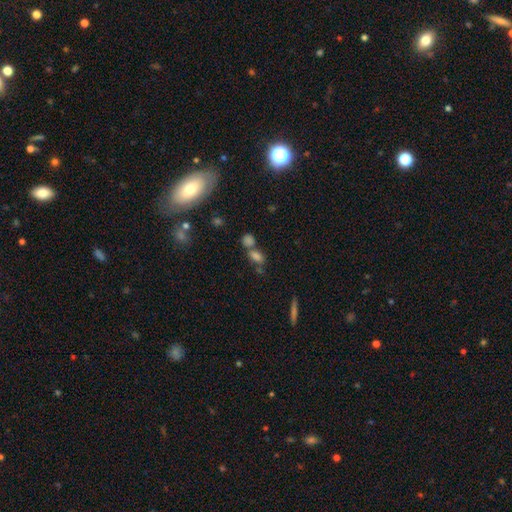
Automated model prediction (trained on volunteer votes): This is possibly a smooth galaxy (53%). How rounded: possibly in between (53%). Merging: possibly none (55%).